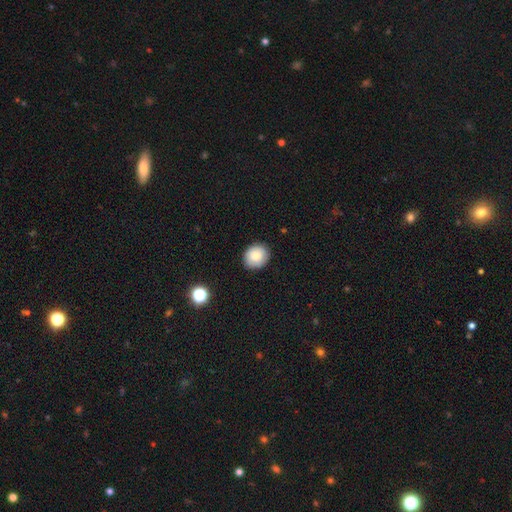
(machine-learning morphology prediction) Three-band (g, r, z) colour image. It shows a smooth galaxy with no disk features (82%) that is round (65%). Merging: none (87%).